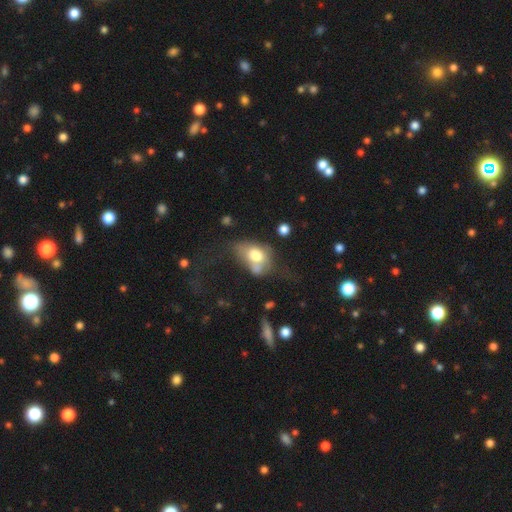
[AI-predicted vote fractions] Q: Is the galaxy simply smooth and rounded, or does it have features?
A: smooth — 63%.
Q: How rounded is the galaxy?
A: in between — 78%.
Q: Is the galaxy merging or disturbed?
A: major disturbance — 33%.